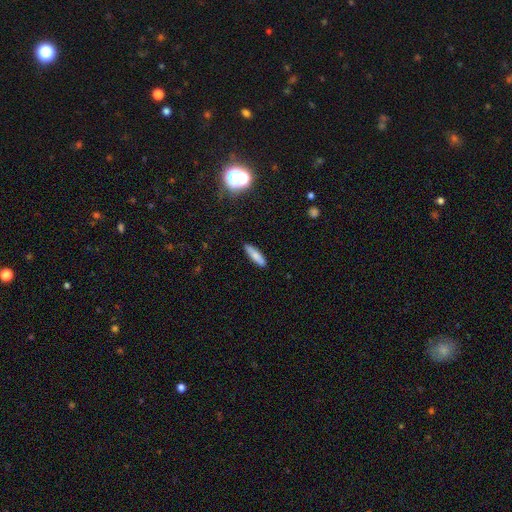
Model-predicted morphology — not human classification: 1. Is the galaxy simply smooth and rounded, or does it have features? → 78% smooth, 14% featured or disk, 8% star or artifact.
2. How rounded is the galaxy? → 71% cigar-shaped, 27% in between, 2% round.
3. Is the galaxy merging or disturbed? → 88% none, 9% minor disturbance, 2% major disturbance, 1% merger.